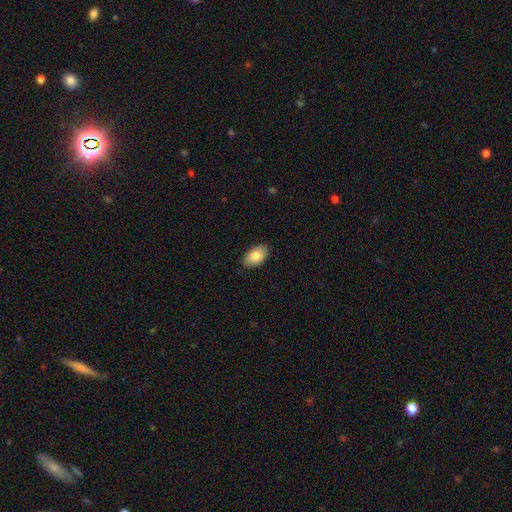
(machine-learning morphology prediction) Smooth or featured?
  - smooth: 82% *
  - featured or disk: 12%
  - star or artifact: 7%
How rounded?
  - in between: 93% *
  - round: 6%
  - cigar-shaped: 1%
Merging?
  - none: 87% *
  - minor disturbance: 10%
  - major disturbance: 2%
  - merger: 1%